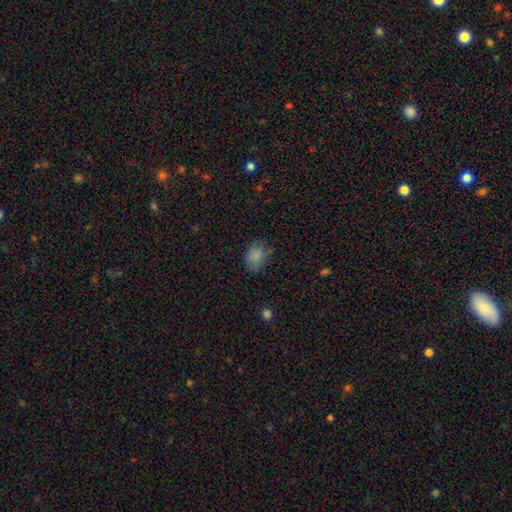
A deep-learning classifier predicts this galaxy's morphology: This is clearly a smooth galaxy (83%). How rounded: likely in between (68%). Merging: likely none (69%).